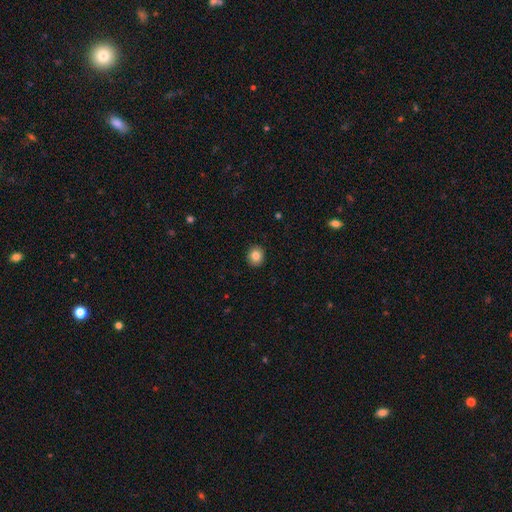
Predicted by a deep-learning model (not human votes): Smooth or featured? Predicted: smooth (p=0.83). How rounded? Predicted: round (p=0.77). Merging? Predicted: none (p=0.92).